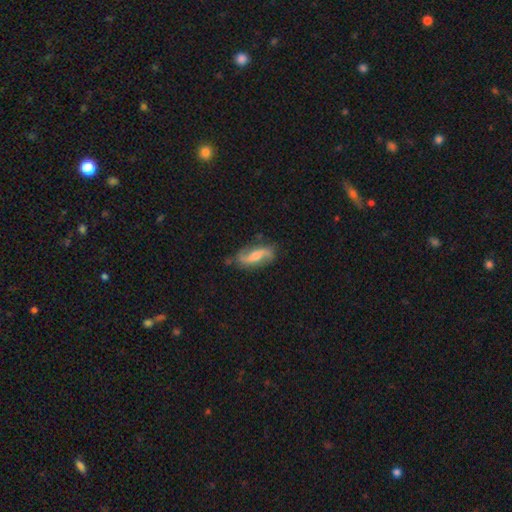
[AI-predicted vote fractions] A featured or disk galaxy (79%) with a weak bar (39%, tied with no), 2 (92%) loose (72%) spiral arms (95%) and a moderate central bulge (57%).

Vote fractions:
- Smooth or featured? featured or disk: 79% / smooth: 15% / star or artifact: 6%
- Edge-on disk? no: 93% / yes: 7%
- Bar? weak: 39% (tied) / no: 39% (tied) / strong: 23%
- Spiral arms? yes: 95% / no: 5%
- Spiral winding? loose: 72% / medium: 21% / tight: 7%
- Spiral arm count? 2: 92% / can't tell: 3% / 1: 2% / 3: 1% / 4: 1% / more than 4: 1%
- Bulge size? moderate: 57% / small: 33% / large: 5% / none: 4% / dominant: 1%
- Merging? none: 77% / minor disturbance: 16% / major disturbance: 5% / merger: 2%